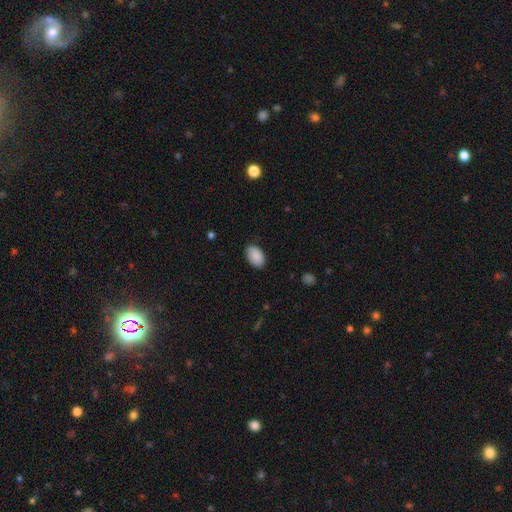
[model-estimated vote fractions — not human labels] smooth 90%, star or artifact 7%, featured or disk 4%. Down the decision tree: how rounded — in between (90%); merging — none (84%).